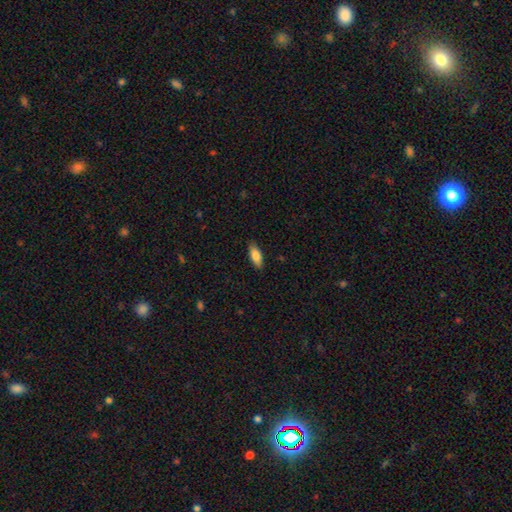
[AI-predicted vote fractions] Smooth or featured: smooth — 82% (featured or disk — 12%)
How rounded: in between — 79% (cigar-shaped — 19%)
Merging: none — 85% (minor disturbance — 12%)